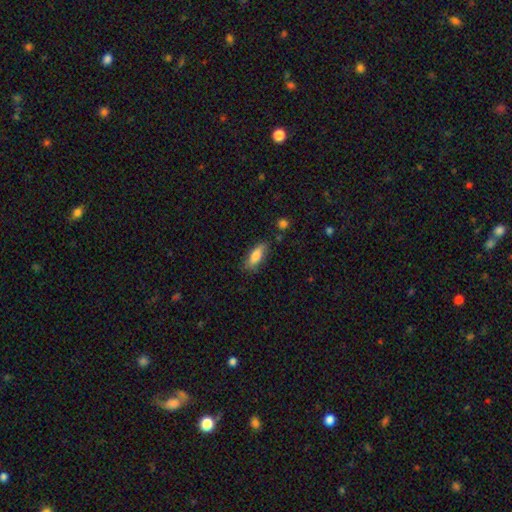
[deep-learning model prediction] Smooth or featured?
  - smooth: 79% *
  - featured or disk: 14%
  - star or artifact: 7%
How rounded?
  - in between: 68% *
  - cigar-shaped: 30%
  - round: 2%
Merging?
  - none: 77% *
  - minor disturbance: 17%
  - major disturbance: 4%
  - merger: 3%